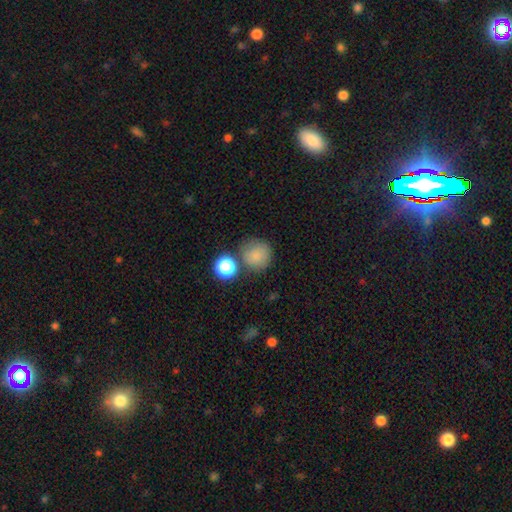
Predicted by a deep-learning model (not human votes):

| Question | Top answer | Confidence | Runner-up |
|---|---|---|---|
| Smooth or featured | smooth | 80% | star or artifact (12%) |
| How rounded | round | 92% | in between (7%) |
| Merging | none | 68% | merger (13%) |